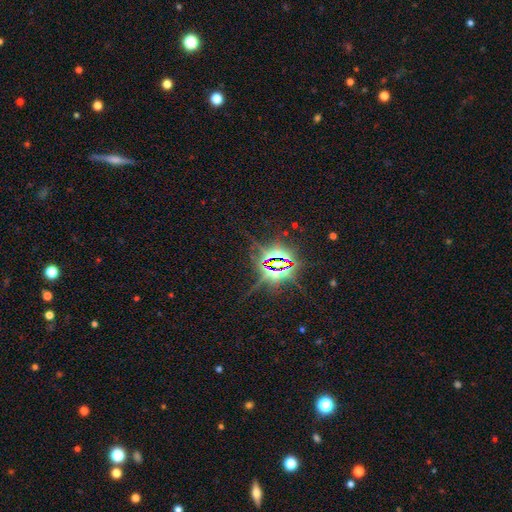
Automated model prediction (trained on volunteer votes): star or artifact 82%, smooth 10%, featured or disk 8%.